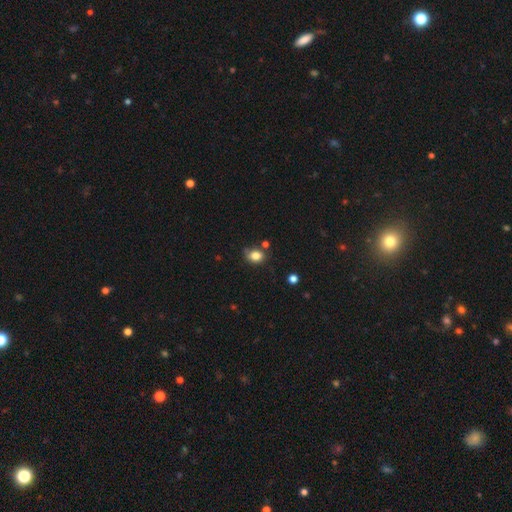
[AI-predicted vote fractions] Smooth or featured: smooth — 81% (star or artifact — 11%)
How rounded: round — 52% (in between — 47%)
Merging: none — 63% (minor disturbance — 24%)